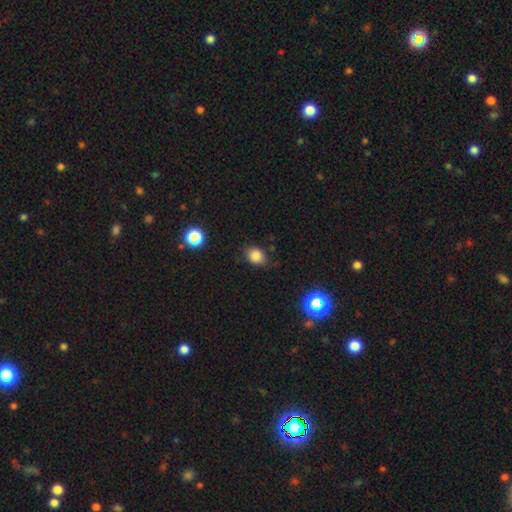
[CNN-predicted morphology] The model was most divided on "how rounded": in between: 57%, round: 42%, cigar-shaped: 1%. More confident: smooth or featured — smooth (83%); merging — none (78%).